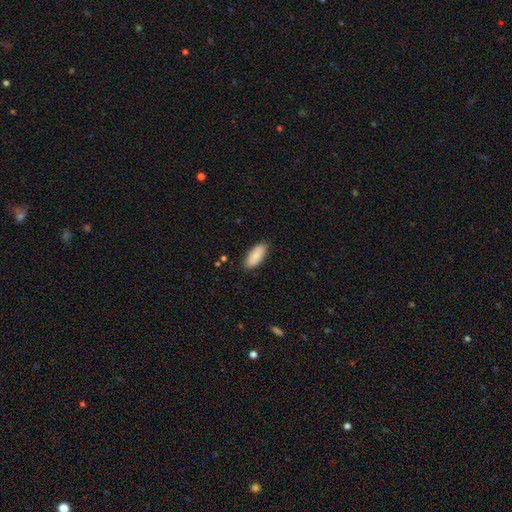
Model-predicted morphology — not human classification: Smooth or featured? Predicted: smooth (p=0.83). How rounded? Predicted: in between (p=0.86). Merging? Predicted: none (p=0.86).